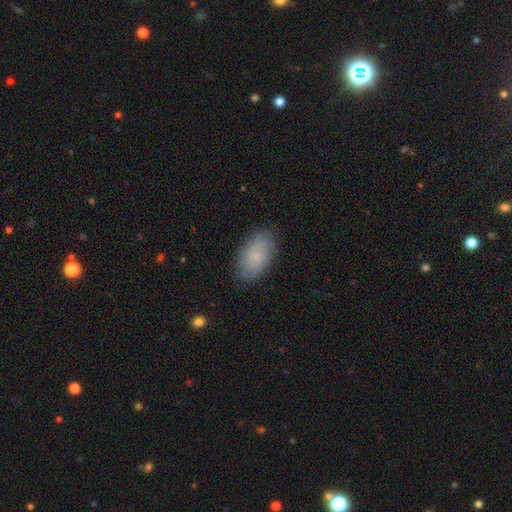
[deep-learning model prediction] smooth_or_featured: smooth (p=0.69) [alt: featured or disk p=0.23]
how_rounded: in between (p=0.93) [alt: round p=0.05]
merging: none (p=0.81) [alt: minor disturbance p=0.15]